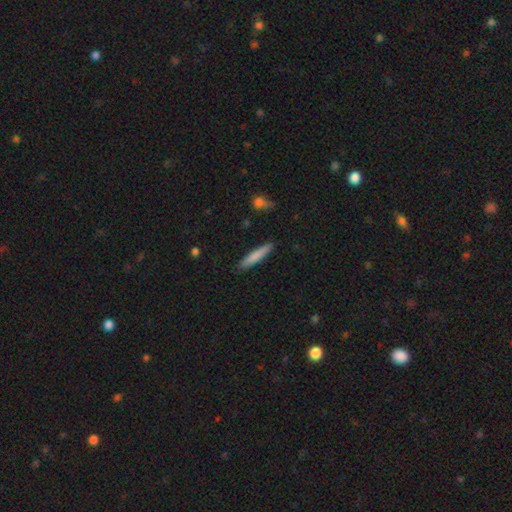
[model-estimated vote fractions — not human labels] Smooth or featured? Predicted: smooth (p=0.78). How rounded? Predicted: cigar-shaped (p=0.93). Merging? Predicted: none (p=0.89).